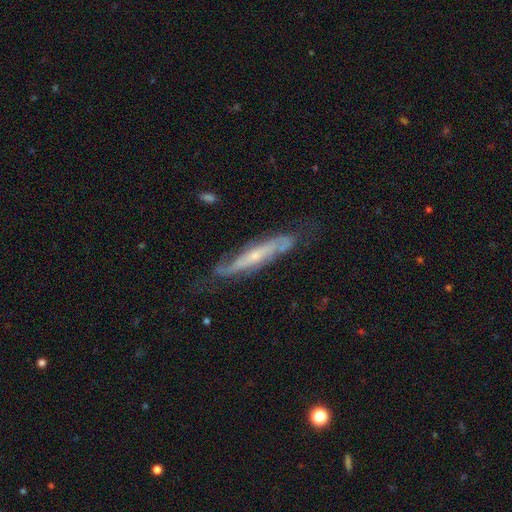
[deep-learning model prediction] Q: Smooth or featured?
A: featured or disk (78%); runner-up: smooth (15%)
Q: Edge-on disk?
A: yes (51%); runner-up: no (49%)
Q: Merging?
A: none (71%); runner-up: minor disturbance (21%)